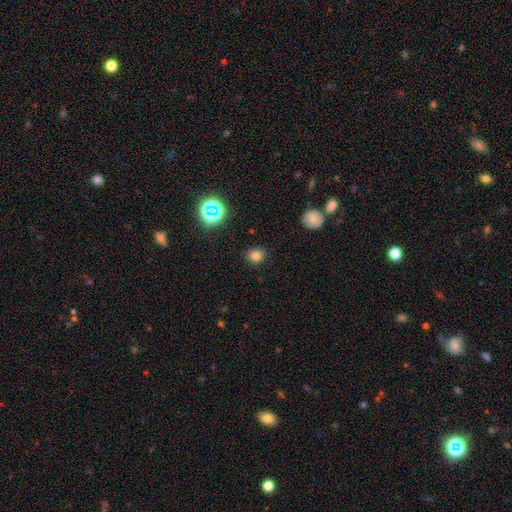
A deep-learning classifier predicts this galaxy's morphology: smooth-or-featured: smooth: 76% | star or artifact: 18% | featured or disk: 6%
  how-rounded: round: 79% | in between: 20% | cigar-shaped: 1%
  merging: none: 88% | minor disturbance: 8% | major disturbance: 3% | merger: 1%